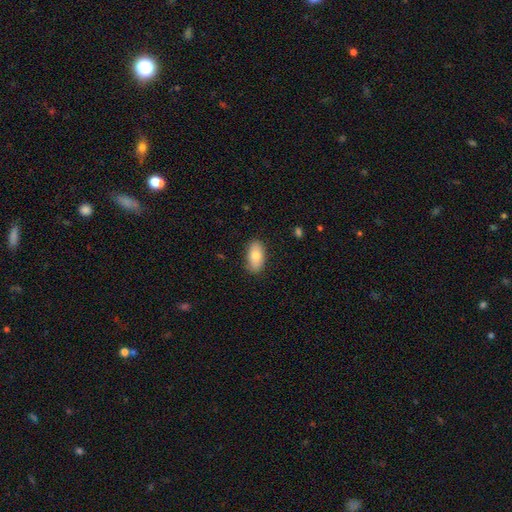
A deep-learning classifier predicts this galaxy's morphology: smooth_or_featured: smooth (p=0.80) [alt: featured or disk p=0.14]
how_rounded: in between (p=0.93) [alt: cigar-shaped p=0.04]
merging: none (p=0.86) [alt: minor disturbance p=0.11]